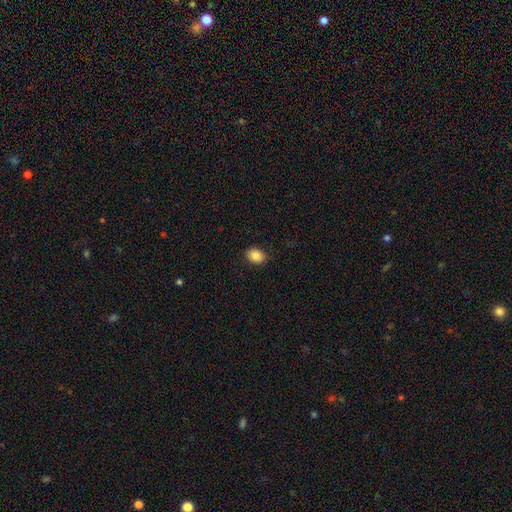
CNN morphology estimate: Smooth or featured: smooth — 85% (star or artifact — 8%)
How rounded: in between — 67% (round — 32%)
Merging: none — 88% (minor disturbance — 9%)